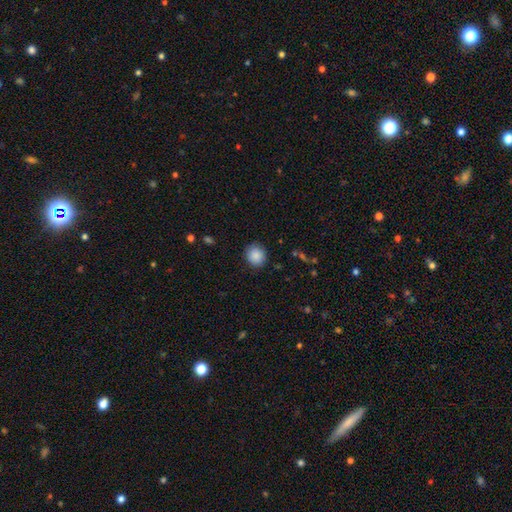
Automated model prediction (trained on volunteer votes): Morphology: type=smooth (87%); roundness=round (84%); merging=none (87%).